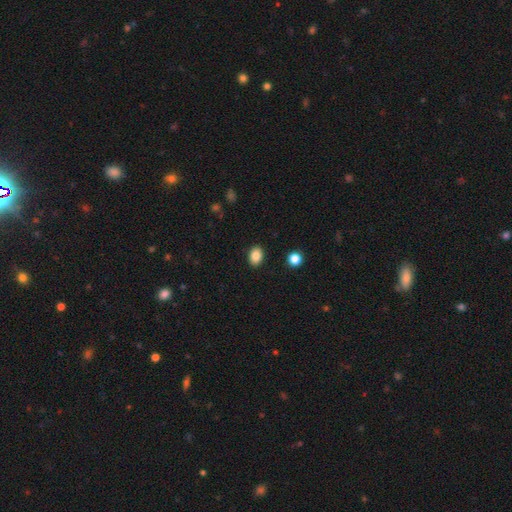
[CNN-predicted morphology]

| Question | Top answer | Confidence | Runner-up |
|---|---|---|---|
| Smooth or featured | smooth | 86% | star or artifact (9%) |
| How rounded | in between | 72% | round (27%) |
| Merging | none | 89% | minor disturbance (7%) |